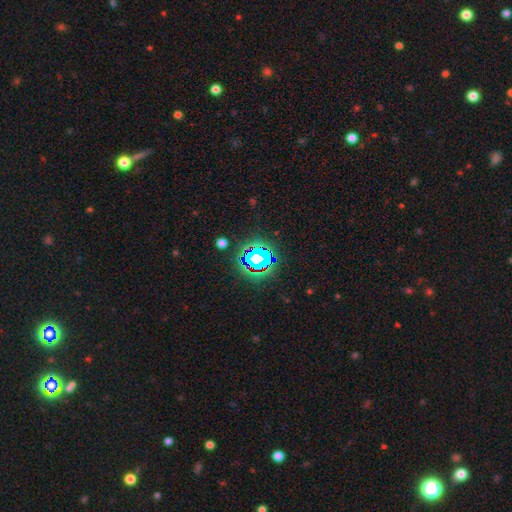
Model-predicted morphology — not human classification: smooth_or_featured: star or artifact (p=0.80) [alt: smooth p=0.12]